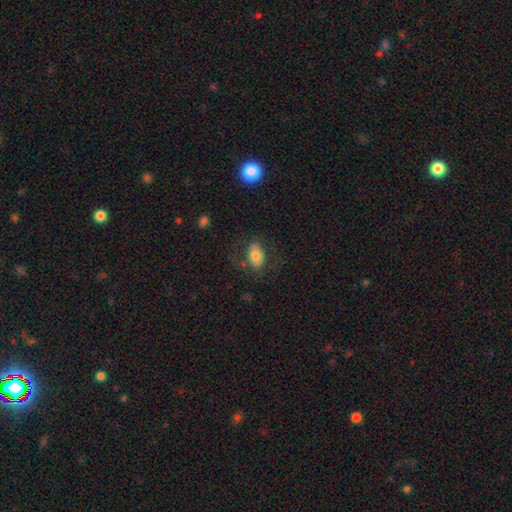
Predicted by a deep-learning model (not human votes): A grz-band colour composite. It shows a smooth galaxy with no disk features (73%) that is in between round and cigar-shaped (90%). Merging: none (69%).